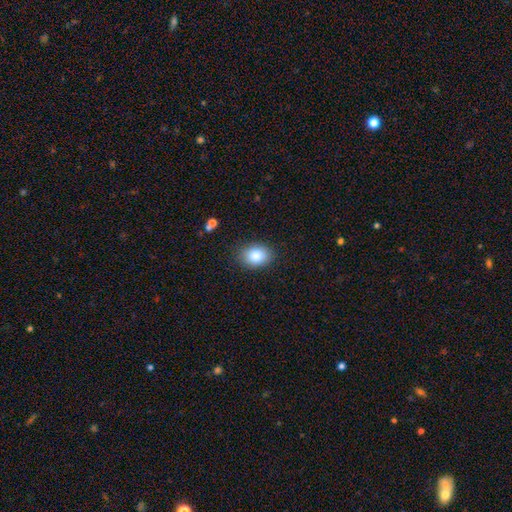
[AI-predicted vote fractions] Q: Smooth or featured?
A: smooth (85%); runner-up: star or artifact (8%)
Q: How rounded?
A: in between (68%); runner-up: round (31%)
Q: Merging?
A: none (86%); runner-up: minor disturbance (10%)